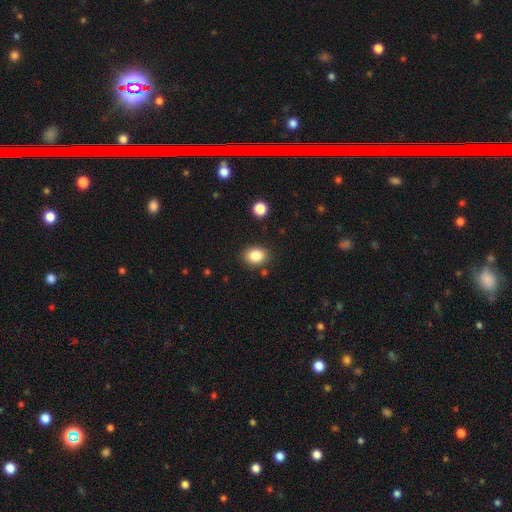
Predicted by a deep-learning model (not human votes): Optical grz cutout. It shows a smooth galaxy with no disk features (86%) that is in between round and cigar-shaped (58%). Merging: none (85%).